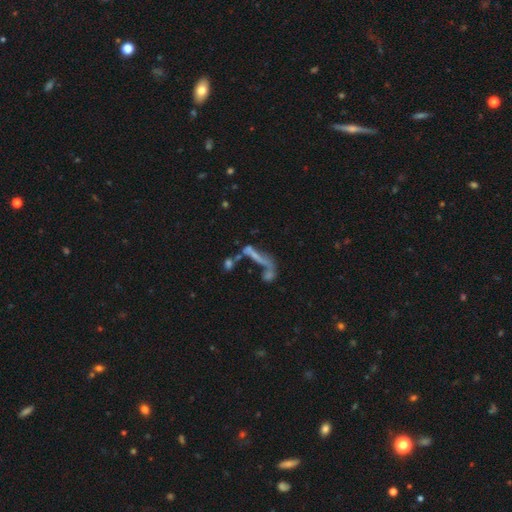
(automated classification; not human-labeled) Overall: featured or disk (44%; smooth 36%). Merging: merger (40%; none 24%).